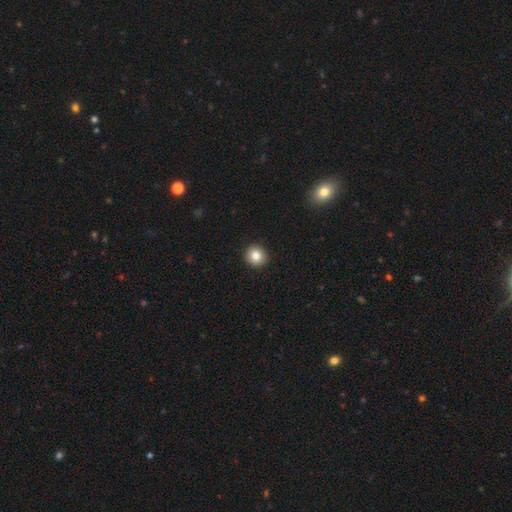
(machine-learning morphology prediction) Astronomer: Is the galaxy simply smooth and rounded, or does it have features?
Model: smooth — 84%.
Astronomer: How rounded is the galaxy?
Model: round — 93%.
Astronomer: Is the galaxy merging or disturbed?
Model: none — 93%.